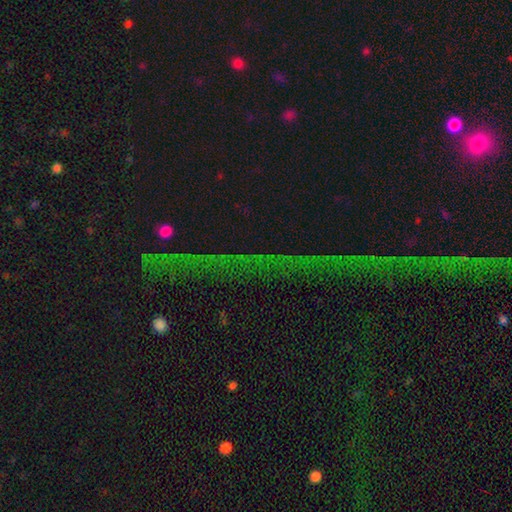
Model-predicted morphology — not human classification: Smooth or featured? star or artifact (73%)